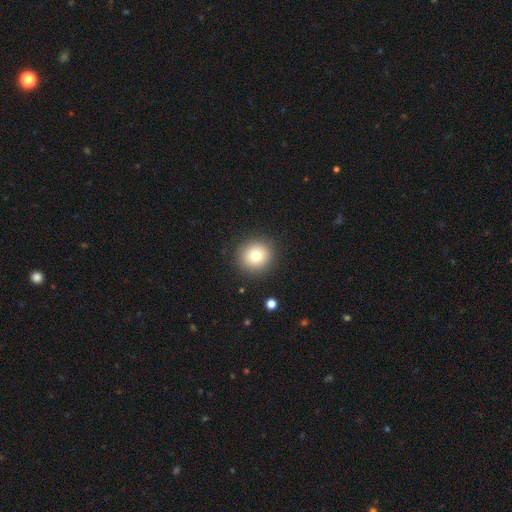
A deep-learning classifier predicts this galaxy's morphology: smooth-or-featured: smooth: 77% | star or artifact: 12% | featured or disk: 11%
  how-rounded: round: 93% | in between: 6% | cigar-shaped: 1%
  merging: none: 90% | minor disturbance: 6% | major disturbance: 2% | merger: 1%